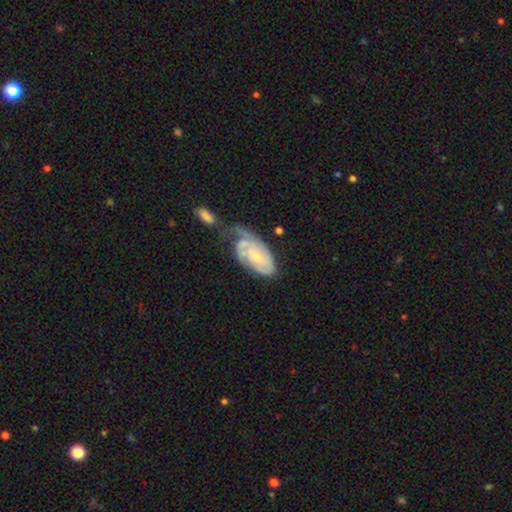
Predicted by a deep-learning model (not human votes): A featured or disk galaxy (73%) with no bar (69%), 2 (37%) tight (59%) spiral arms (90%) and a small central bulge (64%).

Vote fractions:
- Smooth or featured? featured or disk: 73% / smooth: 21% / star or artifact: 6%
- Edge-on disk? no: 95% / yes: 5%
- Bar? no: 69% / weak: 25% / strong: 5%
- Spiral arms? yes: 90% / no: 10%
- Spiral winding? tight: 59% / medium: 30% / loose: 11%
- Spiral arm count? 2: 37% / can't tell: 31% / 3: 13% / 1: 13% / 4: 4% / more than 4: 3%
- Bulge size? small: 64% / moderate: 30% / none: 3% / large: 2% / dominant: 1%
- Merging? none: 33% / minor disturbance: 26% / major disturbance: 22% / merger: 20%